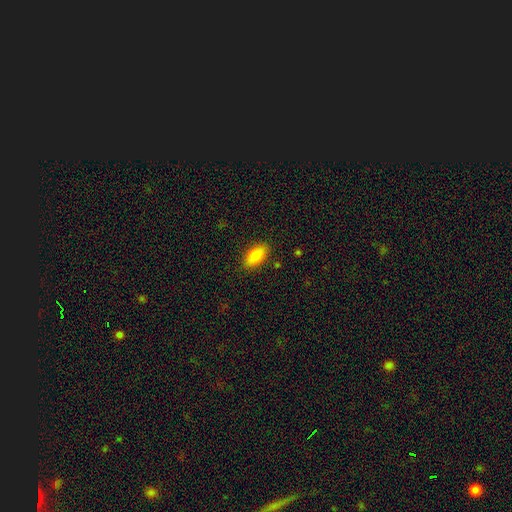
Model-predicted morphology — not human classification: smooth-or-featured: smooth: 81% | featured or disk: 12% | star or artifact: 7%
  how-rounded: in between: 89% | cigar-shaped: 8% | round: 4%
  merging: none: 88% | minor disturbance: 9% | major disturbance: 2% | merger: 1%